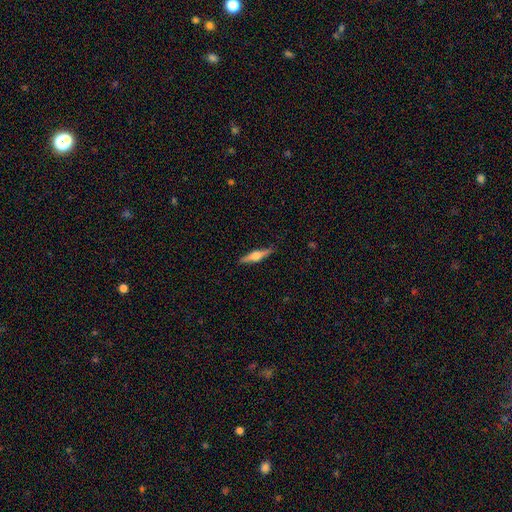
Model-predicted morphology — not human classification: Smooth or featured? Predicted: featured or disk (p=0.65). Edge-on disk? Predicted: yes (p=0.97). Edge-on bulge? Predicted: rounded (p=0.90). Merging? Predicted: none (p=0.89).